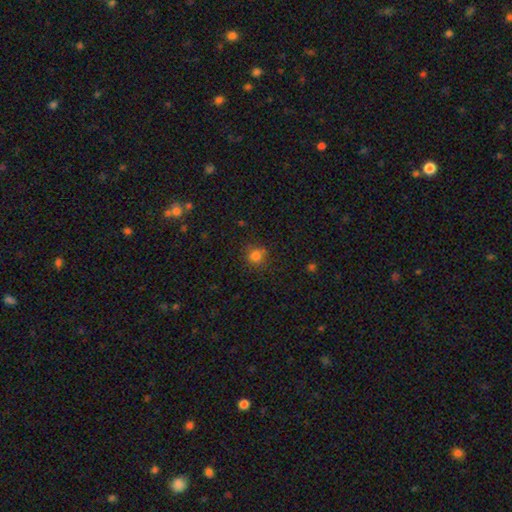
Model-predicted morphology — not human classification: Smooth or featured?
  - smooth: 80% *
  - star or artifact: 15%
  - featured or disk: 6%
How rounded?
  - round: 87% *
  - in between: 12%
  - cigar-shaped: 1%
Merging?
  - none: 80% *
  - minor disturbance: 13%
  - major disturbance: 4%
  - merger: 3%